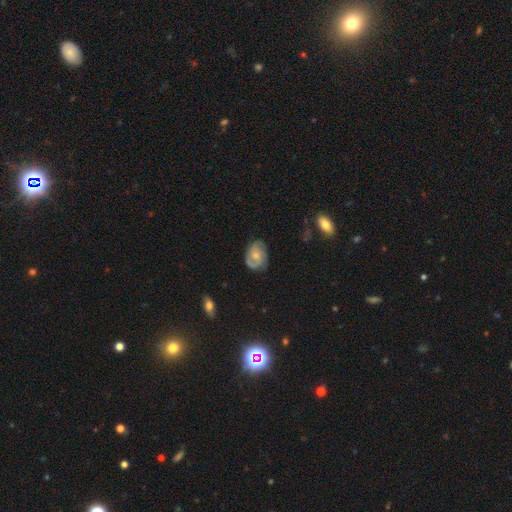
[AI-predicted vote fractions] featured or disk 67%, smooth 26%, star or artifact 7%. Down the decision tree: edge-on disk — no (97%); bar — no (66%); spiral arms — yes (91%); spiral arm count — 2 (61%); spiral winding — medium (44%); bulge size — small (53%); merging — none (70%).